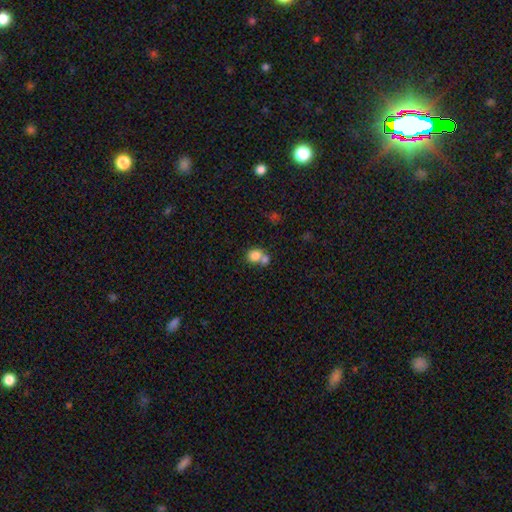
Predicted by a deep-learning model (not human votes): This is likely a smooth galaxy (80%). How rounded: likely round (66%). Merging: possibly merger (53%).